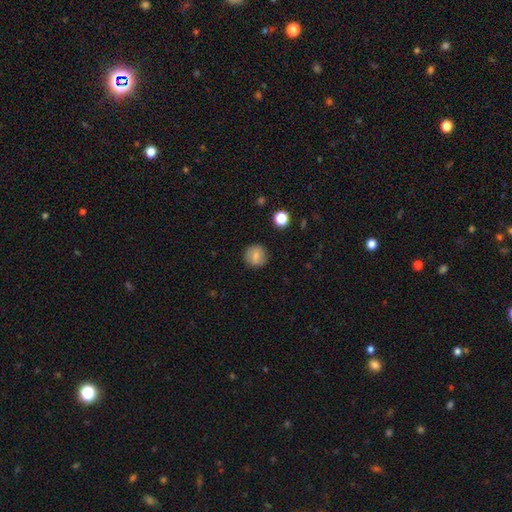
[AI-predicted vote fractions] Q: Smooth or featured?
A: smooth (79%); runner-up: featured or disk (12%)
Q: How rounded?
A: round (91%); runner-up: in between (8%)
Q: Merging?
A: none (87%); runner-up: minor disturbance (9%)